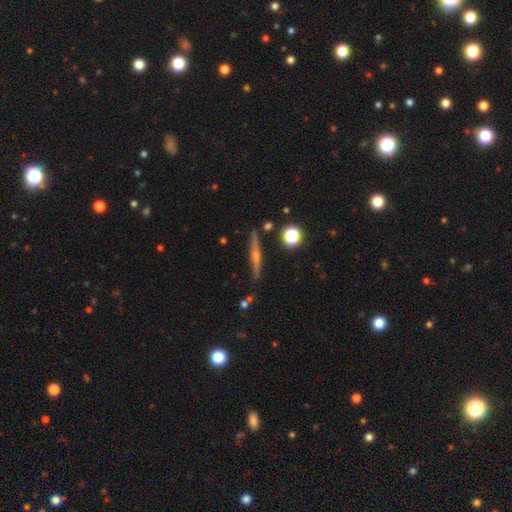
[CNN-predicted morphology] type=featured or disk (72%); edge-on=yes (98%); edge-on bulge=rounded (84%); merging=none (88%).